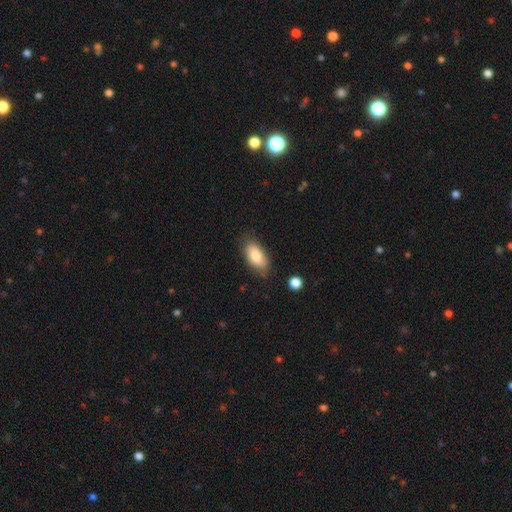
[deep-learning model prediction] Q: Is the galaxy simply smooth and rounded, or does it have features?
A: smooth — 79%.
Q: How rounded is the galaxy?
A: in between — 91%.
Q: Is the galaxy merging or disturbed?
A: none — 75%.